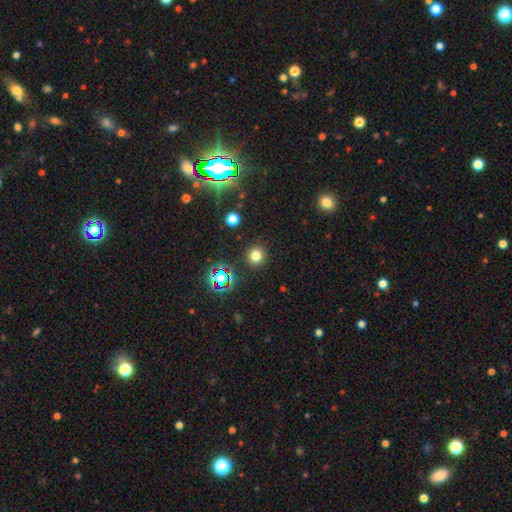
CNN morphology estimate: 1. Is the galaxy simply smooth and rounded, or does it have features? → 73% smooth, 21% star or artifact, 6% featured or disk.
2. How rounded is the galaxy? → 92% round, 7% in between, 1% cigar-shaped.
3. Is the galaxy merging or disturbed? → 90% none, 6% minor disturbance, 3% major disturbance, 2% merger.